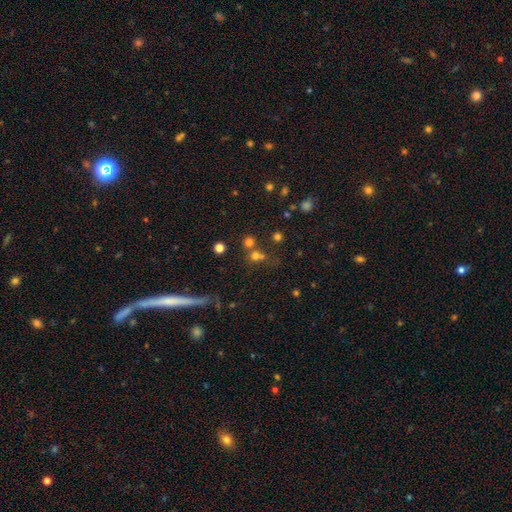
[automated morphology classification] This appears to be a smooth galaxy with no disk features (64%) that is round (87%). Merging: none (55%).